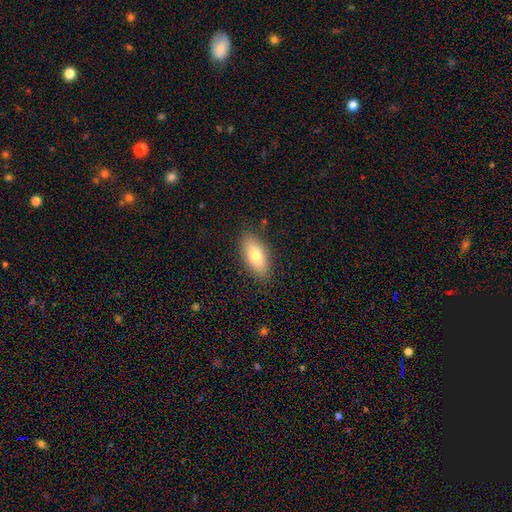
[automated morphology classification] Smooth or featured? smooth (75%)
How rounded? in between (86%)
Merging? none (87%)